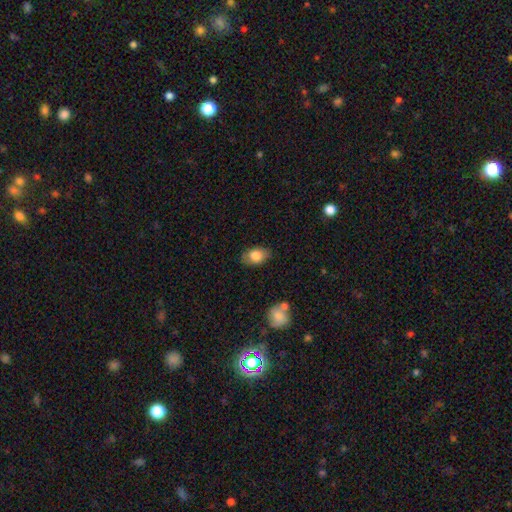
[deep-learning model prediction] A smooth galaxy with no disk features (80%) that is in between round and cigar-shaped (86%). Merging: none (81%).